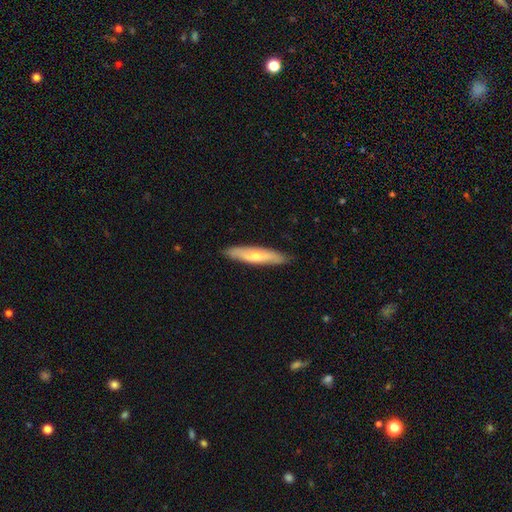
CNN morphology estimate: Smooth or featured?
  - smooth: 58% *
  - featured or disk: 36%
  - star or artifact: 5%
How rounded?
  - cigar-shaped: 83% *
  - in between: 15%
  - round: 1%
Merging?
  - none: 86% *
  - minor disturbance: 11%
  - major disturbance: 2%
  - merger: 1%